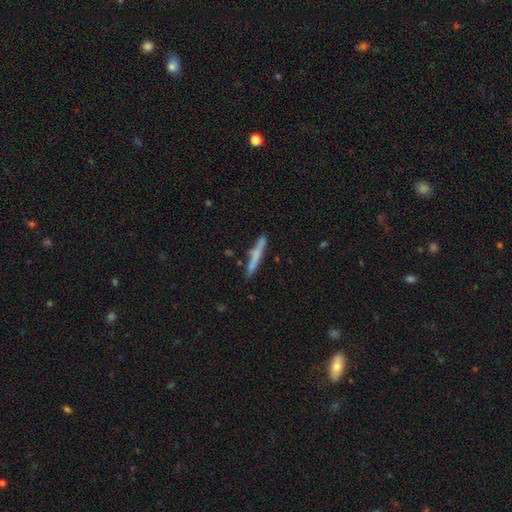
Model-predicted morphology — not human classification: smooth-or-featured: smooth: 59% | featured or disk: 34% | star or artifact: 7%
  how-rounded: cigar-shaped: 95% | in between: 3% | round: 1%
  merging: none: 82% | minor disturbance: 12% | merger: 3% | major disturbance: 3%